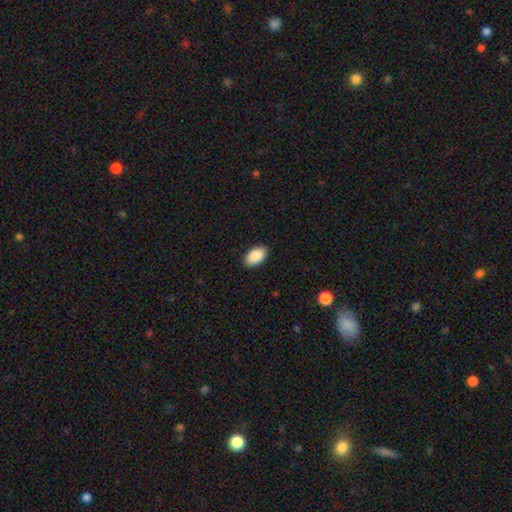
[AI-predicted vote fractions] smooth-or-featured: smooth: 90% | star or artifact: 6% | featured or disk: 4%
  how-rounded: in between: 95% | round: 4% | cigar-shaped: 1%
  merging: none: 89% | minor disturbance: 8% | major disturbance: 2% | merger: 1%